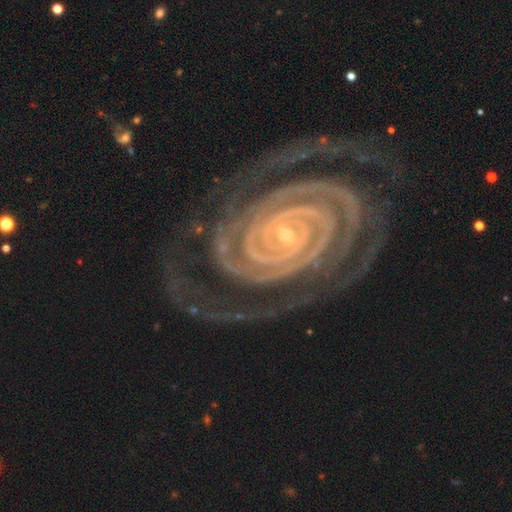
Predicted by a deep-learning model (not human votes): Q: Smooth or featured?
A: featured or disk (94%); runner-up: star or artifact (4%)
Q: Edge-on disk?
A: no (98%); runner-up: yes (2%)
Q: Bar?
A: no (40%); runner-up: strong (31%)
Q: Spiral arms?
A: yes (99%); runner-up: no (1%)
Q: Spiral winding?
A: tight (88%); runner-up: medium (10%)
Q: Spiral arm count?
A: 2 (59%); runner-up: 3 (12%)
Q: Bulge size?
A: small (80%); runner-up: moderate (17%)
Q: Merging?
A: none (76%); runner-up: minor disturbance (13%)